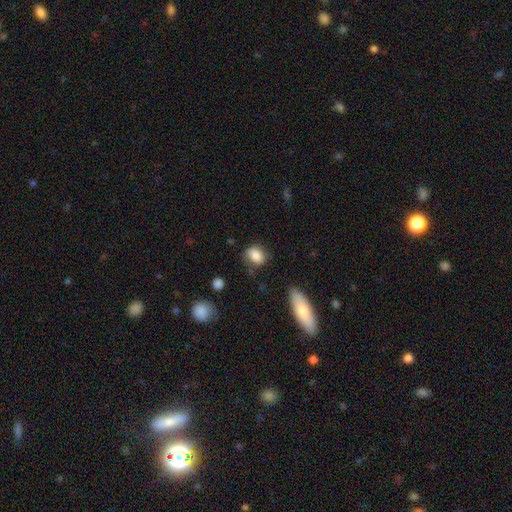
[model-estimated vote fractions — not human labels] A smooth galaxy with no disk features (81%) that is in between round and cigar-shaped (64%).

Vote fractions:
- Smooth or featured? smooth: 81% / featured or disk: 10% / star or artifact: 8%
- How rounded? in between: 64% / round: 34% / cigar-shaped: 2%
- Merging? none: 62% / minor disturbance: 27% / major disturbance: 8% / merger: 3%